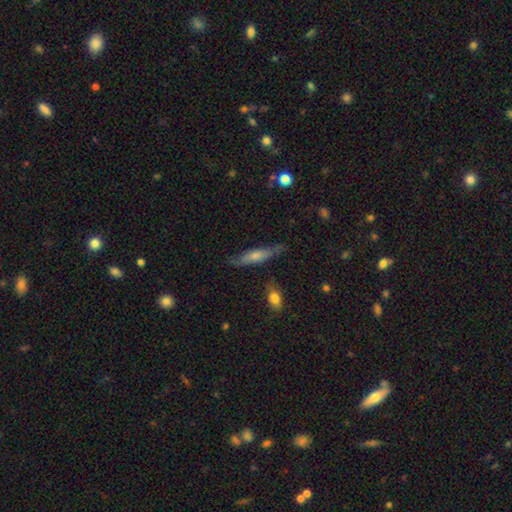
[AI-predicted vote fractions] A smooth galaxy with no disk features (58%) that is cigar-shaped (77%). Merging: none (70%).